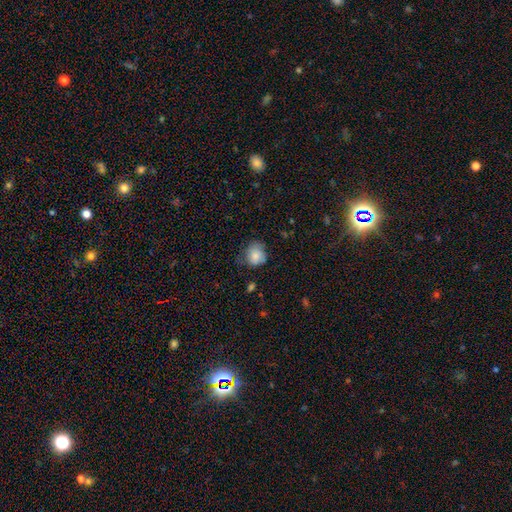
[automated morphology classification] smooth 80%, featured or disk 12%, star or artifact 8%. Down the decision tree: how rounded — round (69%); merging — none (53%).